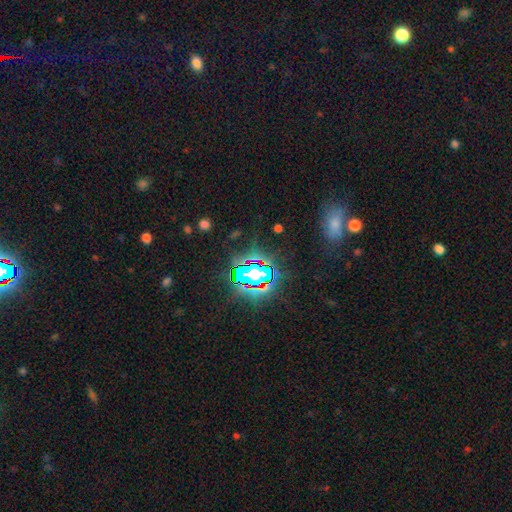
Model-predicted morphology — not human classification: Smooth or featured?
  - star or artifact: 77% *
  - smooth: 15%
  - featured or disk: 8%